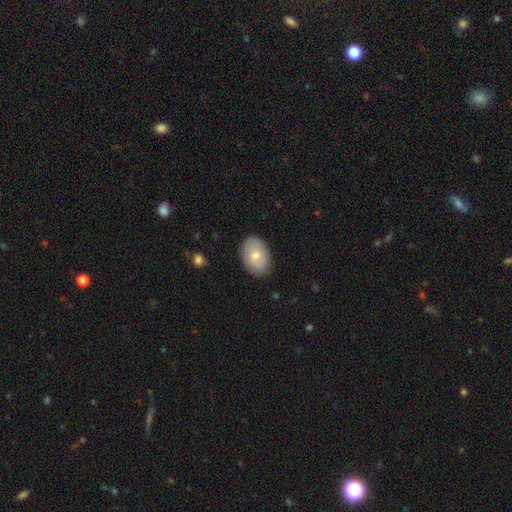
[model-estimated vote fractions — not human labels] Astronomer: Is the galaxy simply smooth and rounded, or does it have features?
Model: smooth — 66%.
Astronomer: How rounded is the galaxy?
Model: in between — 81%.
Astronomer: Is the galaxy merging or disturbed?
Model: none — 83%.